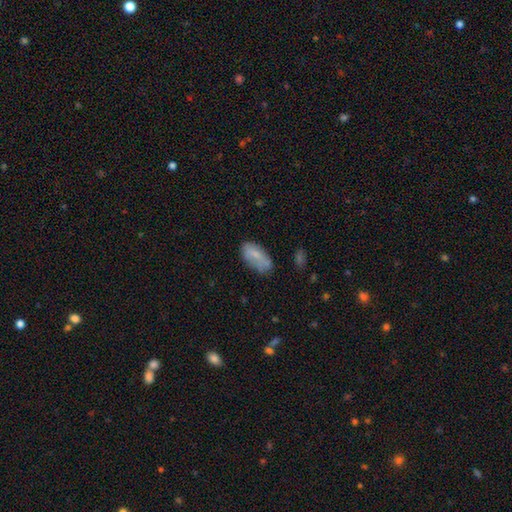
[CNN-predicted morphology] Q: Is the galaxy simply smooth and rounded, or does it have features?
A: smooth — 73%.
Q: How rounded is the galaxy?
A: in between — 91%.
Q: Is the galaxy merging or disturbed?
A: none — 59%.